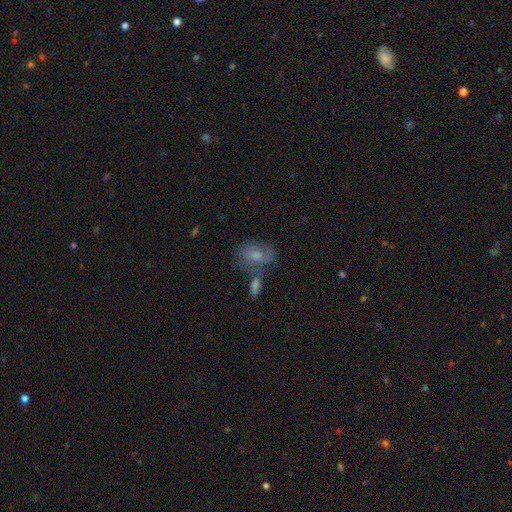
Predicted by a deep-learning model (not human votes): Q: Smooth or featured?
A: smooth (58%); runner-up: featured or disk (32%)
Q: How rounded?
A: in between (78%); runner-up: round (20%)
Q: Merging?
A: none (50%); runner-up: merger (21%)